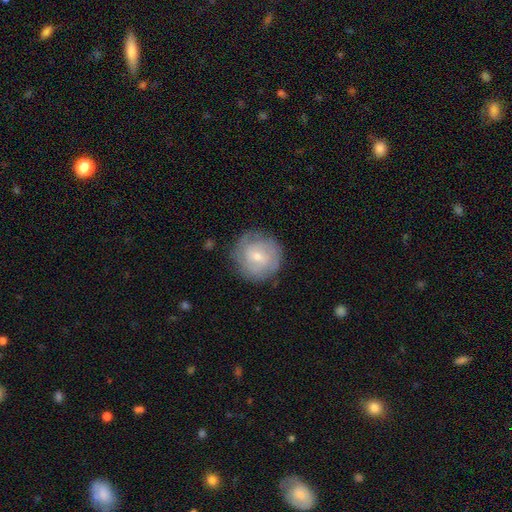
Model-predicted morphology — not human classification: The model was most divided on "smooth or featured": featured or disk: 50%, smooth: 43%, star or artifact: 7%. More confident: merging — none (79%).